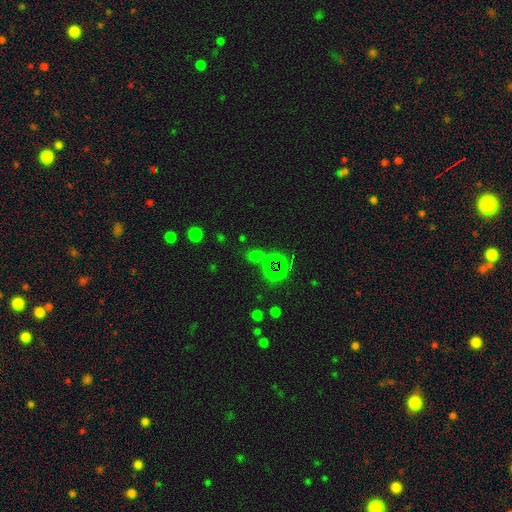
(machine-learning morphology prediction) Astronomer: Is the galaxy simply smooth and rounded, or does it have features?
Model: star or artifact — 53% (runner-up: smooth, 40%).